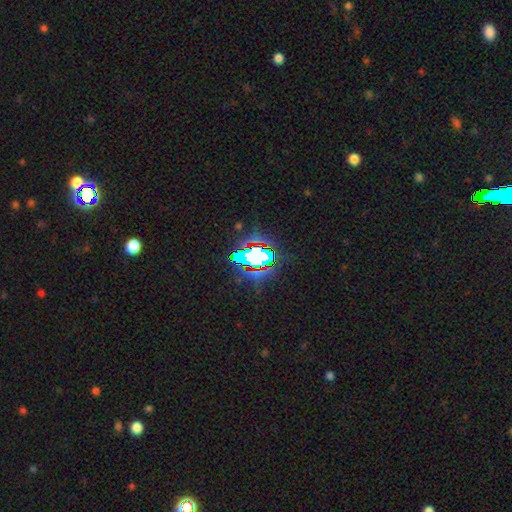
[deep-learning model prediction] Overall: star or artifact (60%; smooth 23%).